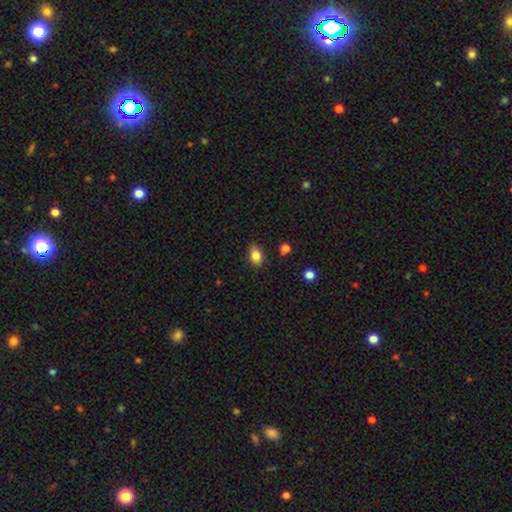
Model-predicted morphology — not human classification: This is clearly a smooth galaxy (84%). How rounded: likely in between (78%). Merging: clearly none (83%).